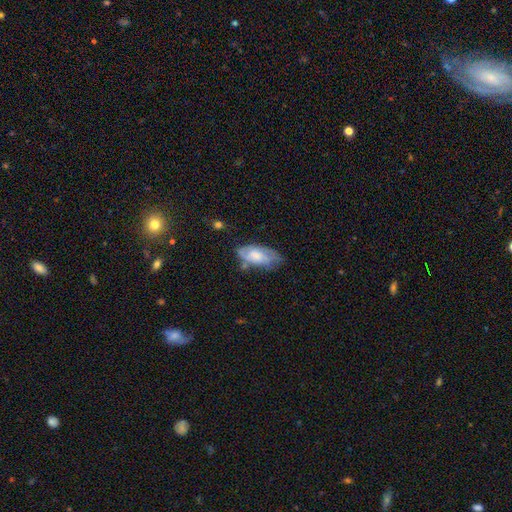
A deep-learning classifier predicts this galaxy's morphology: smooth_or_featured: smooth (p=0.52) [alt: featured or disk p=0.41]
how_rounded: in between (p=0.88) [alt: cigar-shaped p=0.09]
merging: none (p=0.46) [alt: minor disturbance p=0.35]